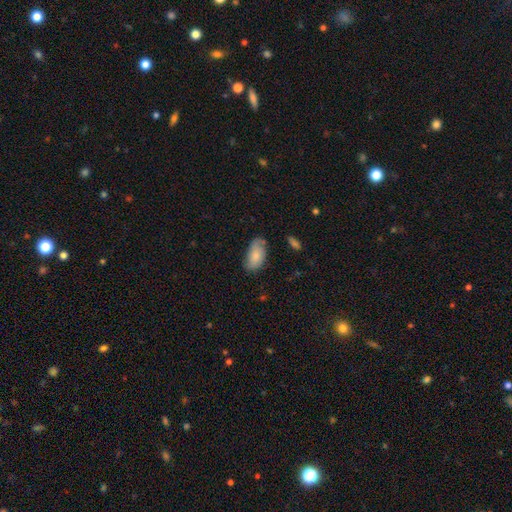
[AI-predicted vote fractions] This is likely a smooth galaxy (75%). How rounded: clearly in between (94%). Merging: likely none (63%).